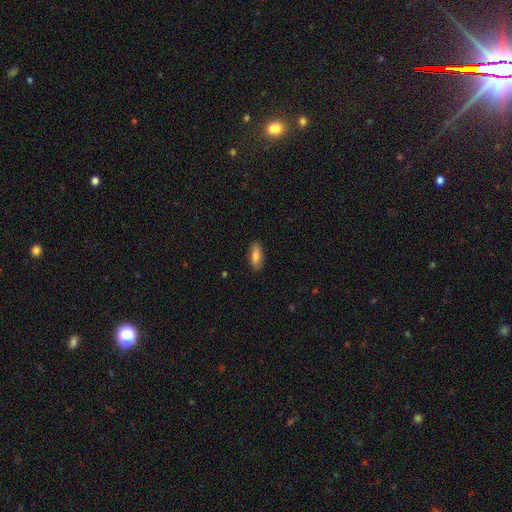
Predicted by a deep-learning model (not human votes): Smooth or featured? Predicted: smooth (p=0.81). How rounded? Predicted: in between (p=0.72). Merging? Predicted: none (p=0.88).